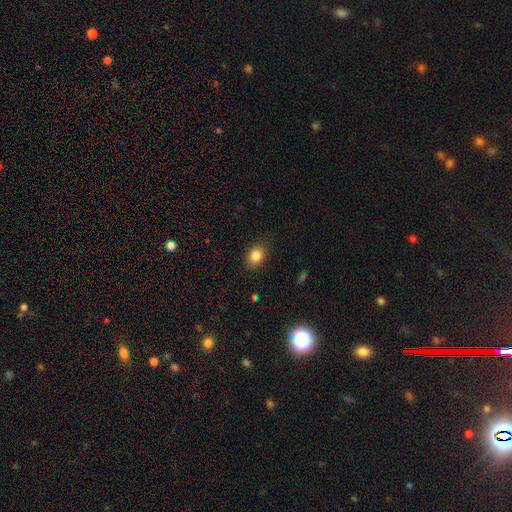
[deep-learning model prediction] This appears to be a smooth galaxy with no disk features (83%) that is in between round and cigar-shaped (67%). Merging: none (86%).